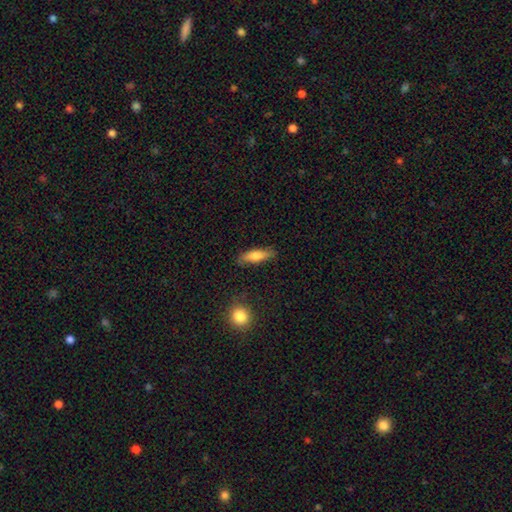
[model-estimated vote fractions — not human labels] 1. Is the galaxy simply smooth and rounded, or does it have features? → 74% smooth, 19% featured or disk, 7% star or artifact.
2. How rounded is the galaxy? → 57% cigar-shaped, 41% in between, 2% round.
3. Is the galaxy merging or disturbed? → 83% none, 12% minor disturbance, 3% major disturbance, 2% merger.